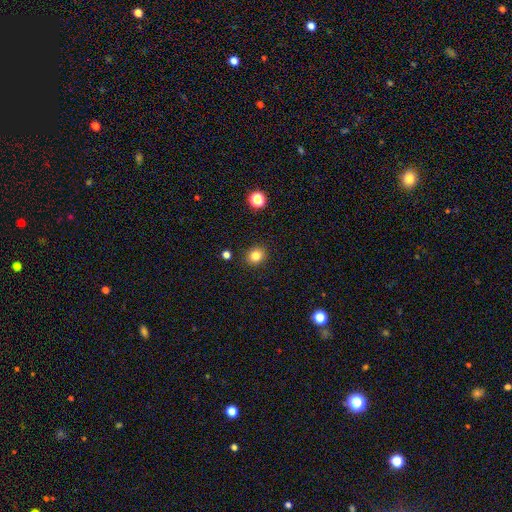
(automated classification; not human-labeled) Smooth or featured: smooth — 82% (star or artifact — 12%)
How rounded: round — 74% (in between — 25%)
Merging: none — 89% (minor disturbance — 7%)